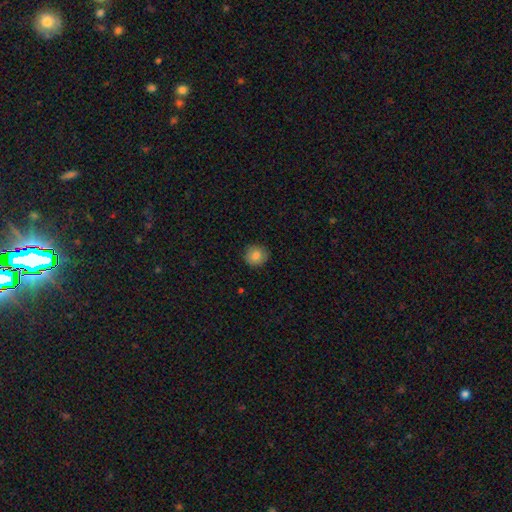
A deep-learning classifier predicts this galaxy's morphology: Q: Smooth or featured?
A: smooth (83%); runner-up: star or artifact (9%)
Q: How rounded?
A: round (90%); runner-up: in between (9%)
Q: Merging?
A: none (86%); runner-up: minor disturbance (11%)